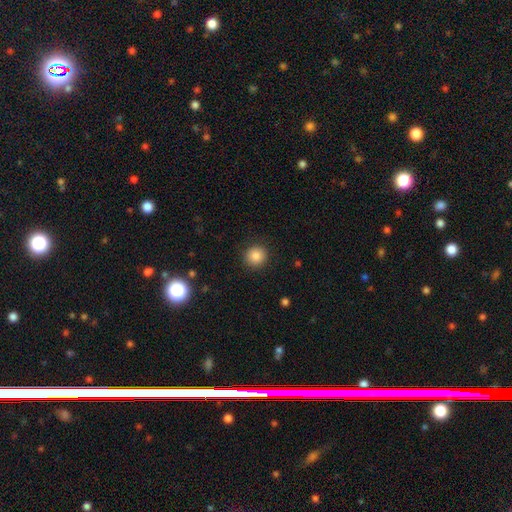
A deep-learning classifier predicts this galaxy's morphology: A smooth galaxy with no disk features (85%) that is round (90%). Merging: none (89%).